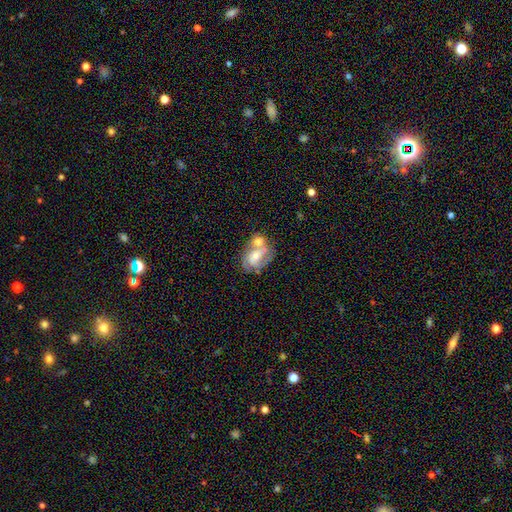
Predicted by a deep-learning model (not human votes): featured or disk 64%, smooth 28%, star or artifact 7%. Down the decision tree: edge-on disk — no (97%); bar — no (54%); spiral arms — yes (78%); bulge size — moderate (50%); merging — merger (52%).